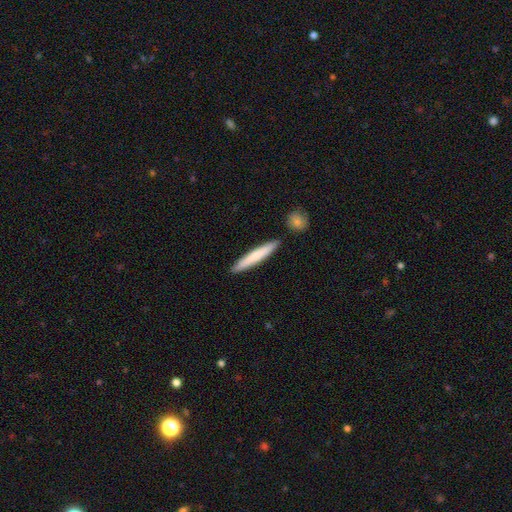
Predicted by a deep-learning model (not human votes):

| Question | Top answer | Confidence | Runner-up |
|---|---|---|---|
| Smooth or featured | smooth | 70% | featured or disk (24%) |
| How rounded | cigar-shaped | 95% | in between (4%) |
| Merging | none | 88% | minor disturbance (7%) |